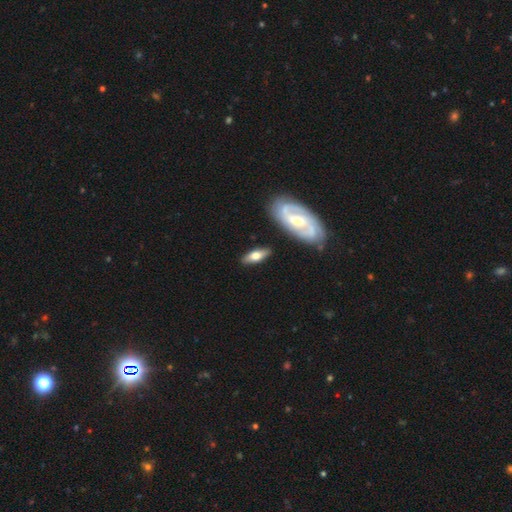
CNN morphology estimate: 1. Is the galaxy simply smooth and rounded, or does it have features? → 49% featured or disk, 46% smooth, 6% star or artifact.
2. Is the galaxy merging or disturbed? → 82% none, 12% minor disturbance, 4% merger, 3% major disturbance.